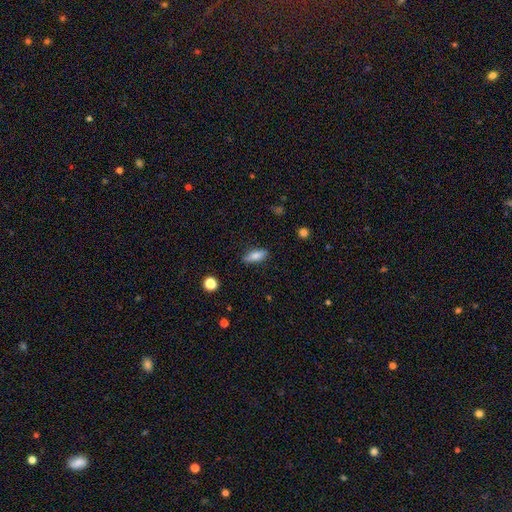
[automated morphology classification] The model was most divided on "how rounded": in between: 63%, cigar-shaped: 34%, round: 3%. More confident: merging — none (85%); smooth or featured — smooth (74%).